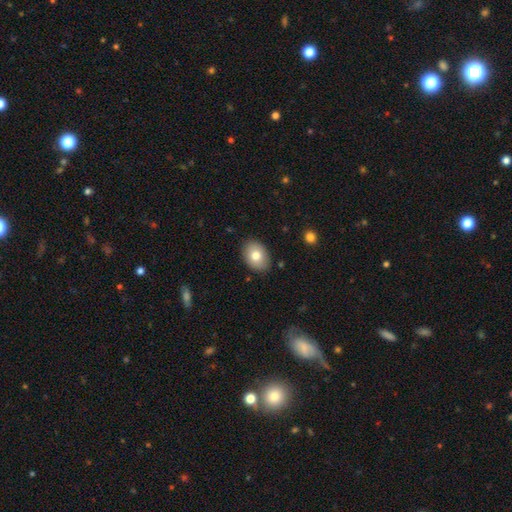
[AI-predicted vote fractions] This is likely a smooth galaxy (79%). How rounded: likely in between (76%). Merging: clearly none (86%).